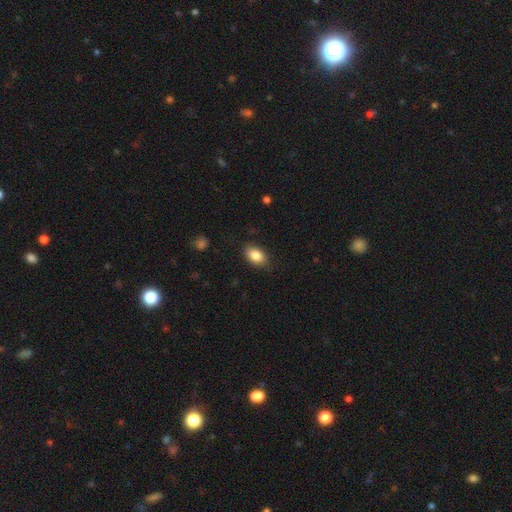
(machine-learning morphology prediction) smooth_or_featured: smooth (p=0.85) [alt: star or artifact p=0.08]
how_rounded: in between (p=0.88) [alt: round p=0.10]
merging: none (p=0.85) [alt: minor disturbance p=0.11]